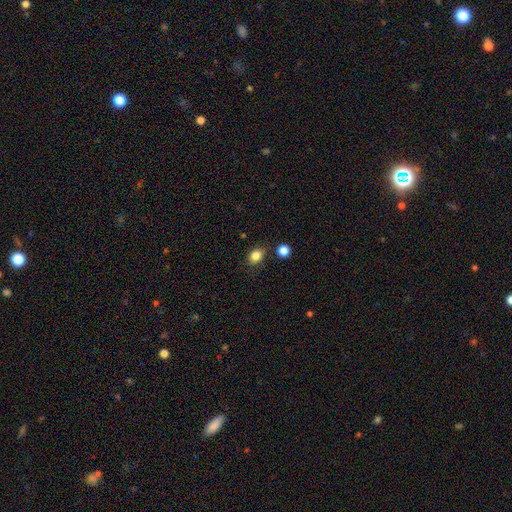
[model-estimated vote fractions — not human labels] This appears to be a smooth galaxy with no disk features (84%) that is in between round and cigar-shaped (58%). Merging: none (81%).